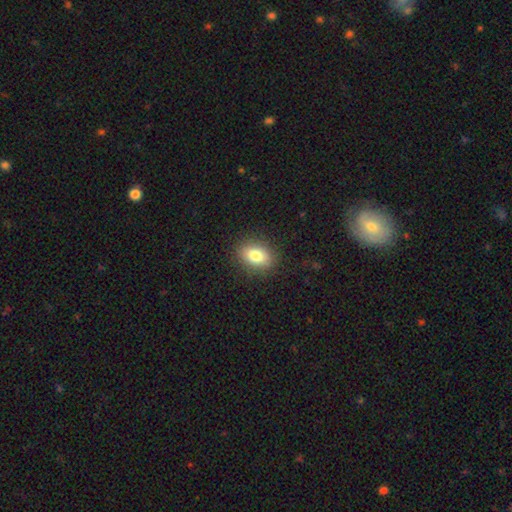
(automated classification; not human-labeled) Smooth or featured?
  - smooth: 81% *
  - featured or disk: 10%
  - star or artifact: 9%
How rounded?
  - in between: 76% *
  - round: 22%
  - cigar-shaped: 2%
Merging?
  - none: 88% *
  - minor disturbance: 9%
  - major disturbance: 3%
  - merger: 1%